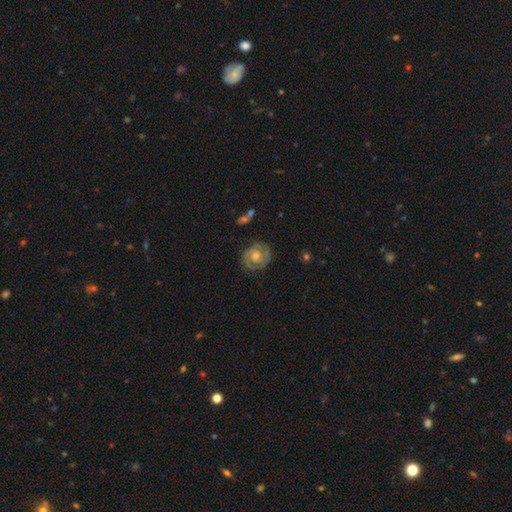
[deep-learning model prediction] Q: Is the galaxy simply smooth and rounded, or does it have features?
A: featured or disk — 79%.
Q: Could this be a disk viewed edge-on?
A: no — 97%.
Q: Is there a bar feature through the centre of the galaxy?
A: no — 64%.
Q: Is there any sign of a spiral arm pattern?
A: yes — 91%.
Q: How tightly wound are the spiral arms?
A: tight — 63%.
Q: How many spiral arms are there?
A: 2 — 77%.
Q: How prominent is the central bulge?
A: moderate — 70%.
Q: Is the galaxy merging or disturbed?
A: none — 83%.